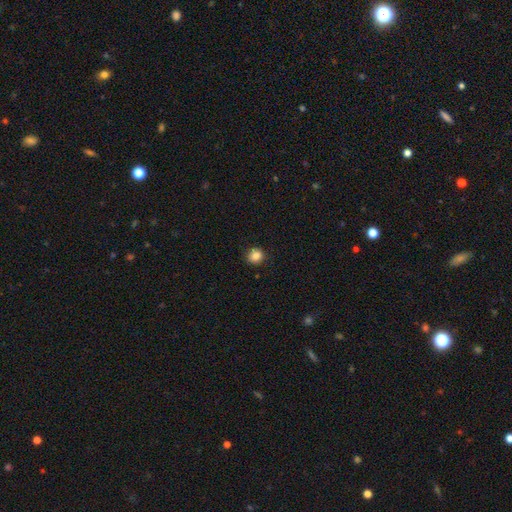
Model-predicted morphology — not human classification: Smooth or featured? smooth (84%)
How rounded? round (79%)
Merging? none (85%)